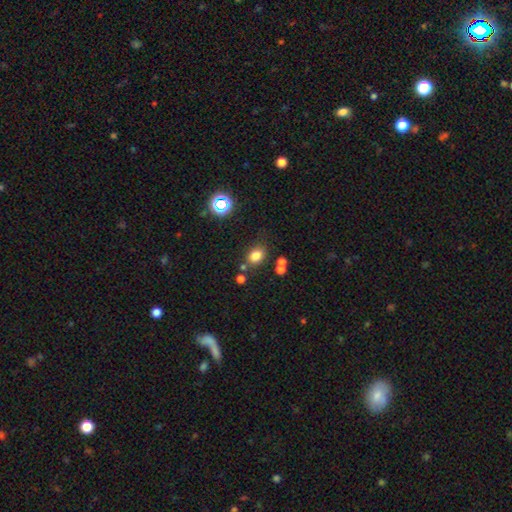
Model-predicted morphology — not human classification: A smooth galaxy with no disk features (77%) that is in between round and cigar-shaped (57%).

Vote fractions:
- Smooth or featured? smooth: 77% / star or artifact: 16% / featured or disk: 8%
- How rounded? in between: 57% / round: 42% / cigar-shaped: 1%
- Merging? none: 71% / minor disturbance: 13% / merger: 11% / major disturbance: 5%